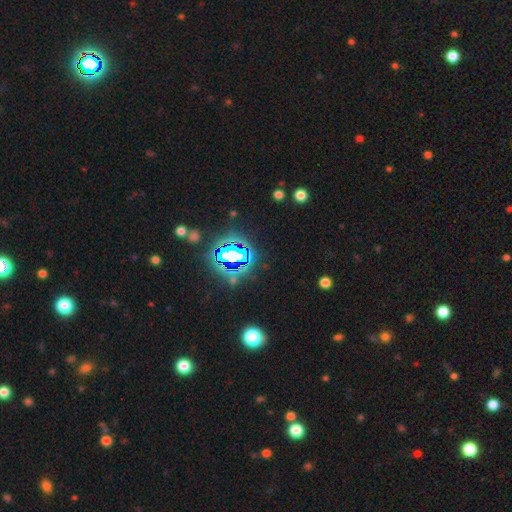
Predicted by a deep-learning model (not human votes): A star or artifact, not a galaxy (83%).

Vote fractions:
- Smooth or featured? star or artifact: 83% / smooth: 11% / featured or disk: 6%